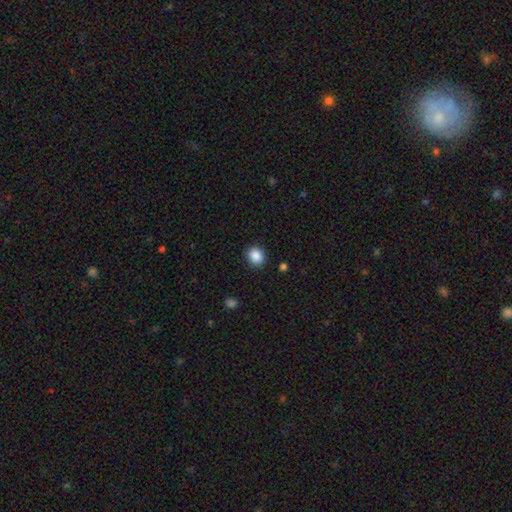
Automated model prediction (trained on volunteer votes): A smooth galaxy with no disk features (88%) that is round (69%). Merging: none (89%).